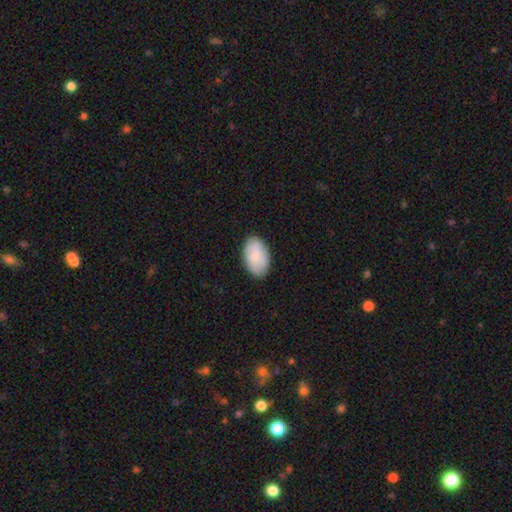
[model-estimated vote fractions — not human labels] Overall: smooth (86%). How rounded: in between (93%). Merging: none (87%).